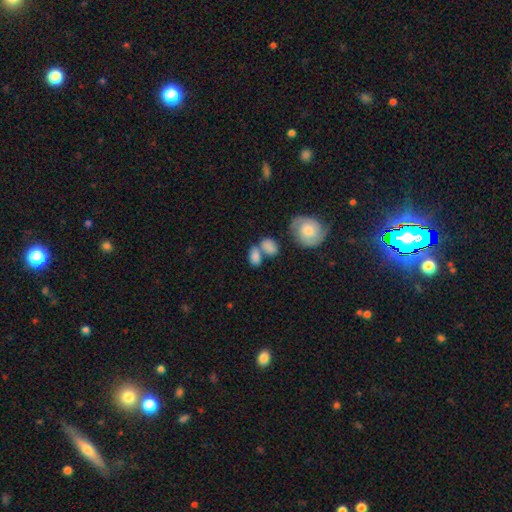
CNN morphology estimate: A smooth galaxy with no disk features (77%) that is in between round and cigar-shaped (85%).

Vote fractions:
- Smooth or featured? smooth: 77% / featured or disk: 15% / star or artifact: 8%
- How rounded? in between: 85% / round: 12% / cigar-shaped: 3%
- Merging? merger: 45% / none: 36% / minor disturbance: 12% / major disturbance: 6%